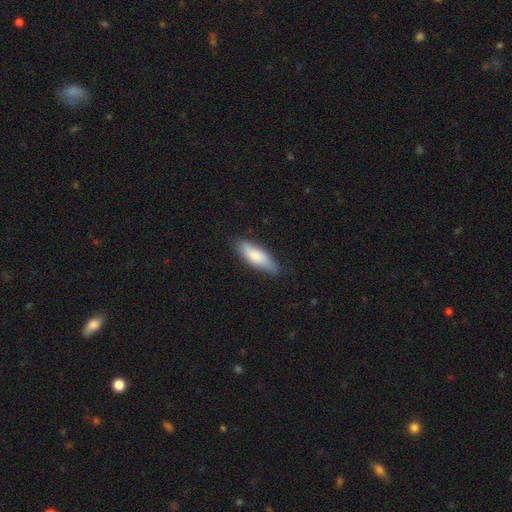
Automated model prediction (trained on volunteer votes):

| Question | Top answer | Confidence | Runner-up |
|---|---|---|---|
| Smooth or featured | smooth | 77% | featured or disk (18%) |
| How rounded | in between | 57% | cigar-shaped (41%) |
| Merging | none | 76% | minor disturbance (19%) |